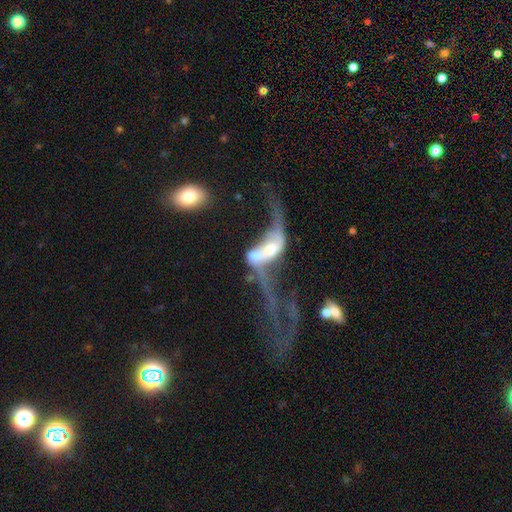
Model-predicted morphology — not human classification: Smooth or featured? featured or disk (74%)
Edge-on disk? no (86%)
Bar? no (45%)
Spiral arms? yes (70%)
Bulge size? moderate (42%)
Merging? merger (46%)